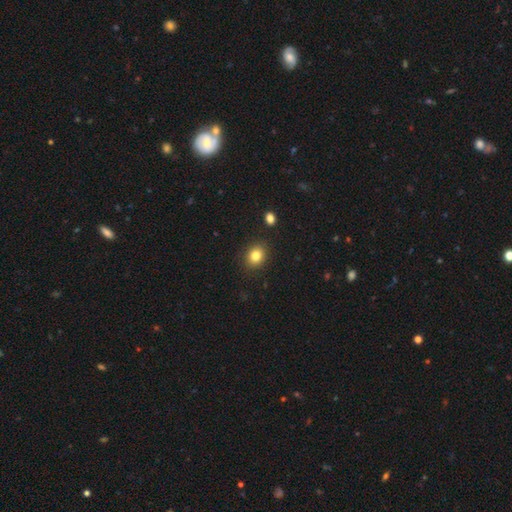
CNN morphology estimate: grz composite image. It shows a smooth galaxy with no disk features (82%) that is round (61%). Merging: none (89%).